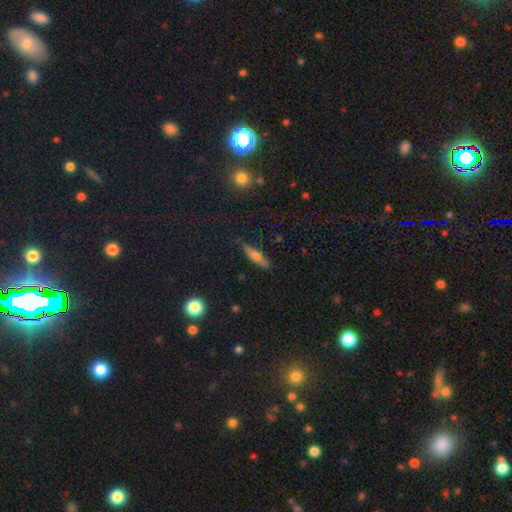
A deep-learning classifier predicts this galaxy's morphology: Smooth or featured? smooth (58%)
How rounded? cigar-shaped (71%)
Merging? none (82%)